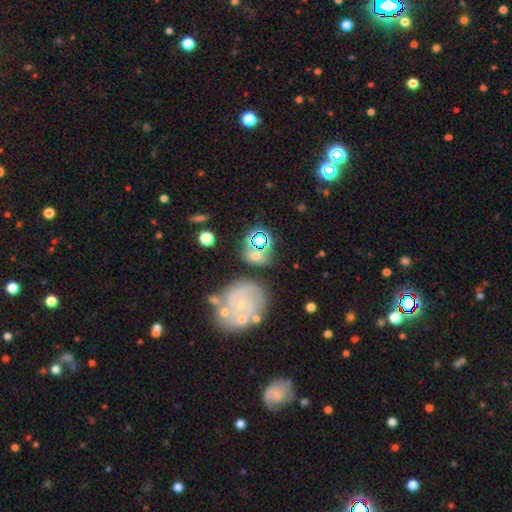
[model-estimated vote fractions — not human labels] Overall: featured or disk (49%; smooth 32%). Merging: none (63%).